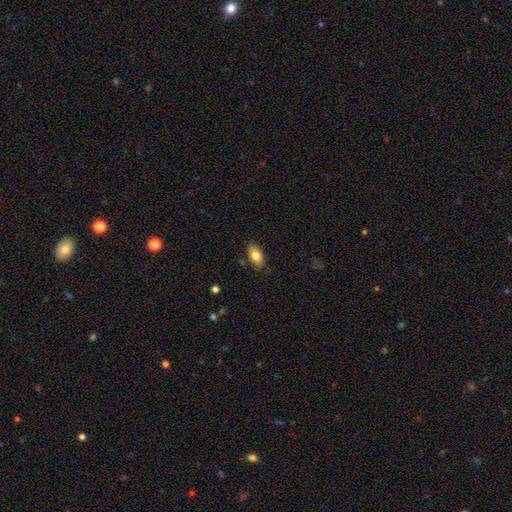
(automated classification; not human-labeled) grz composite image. It shows a smooth galaxy with no disk features (81%) that is in between round and cigar-shaped (92%). Merging: none (85%).